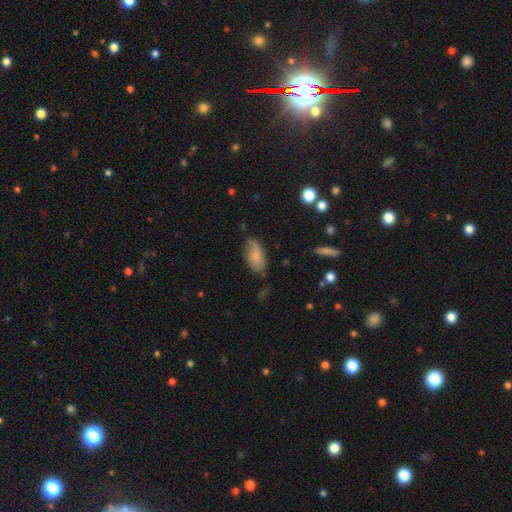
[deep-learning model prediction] Smooth or featured?
  - smooth: 71% *
  - featured or disk: 21%
  - star or artifact: 8%
How rounded?
  - in between: 92% *
  - cigar-shaped: 5%
  - round: 3%
Merging?
  - none: 63% *
  - minor disturbance: 27%
  - major disturbance: 7%
  - merger: 2%